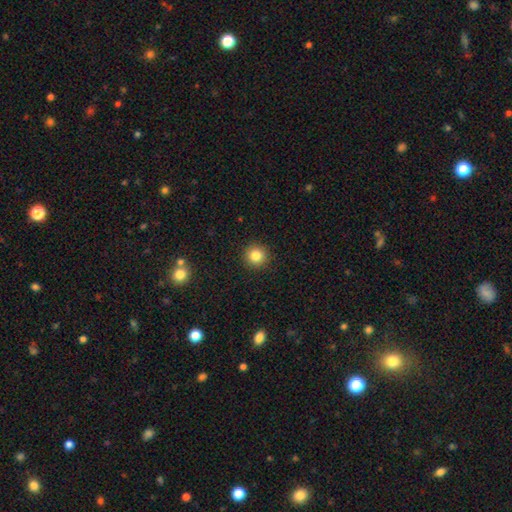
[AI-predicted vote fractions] smooth_or_featured: smooth (p=0.83) [alt: star or artifact p=0.11]
how_rounded: round (p=0.94) [alt: in between p=0.05]
merging: none (p=0.92) [alt: minor disturbance p=0.05]